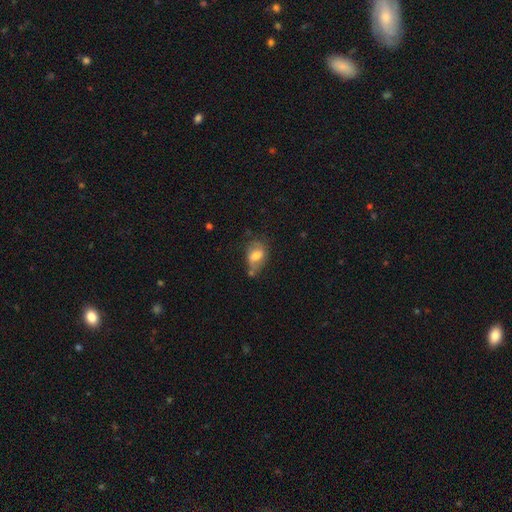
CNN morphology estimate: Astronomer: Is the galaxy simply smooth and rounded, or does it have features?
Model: smooth — 59%.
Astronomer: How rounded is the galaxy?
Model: in between — 80%.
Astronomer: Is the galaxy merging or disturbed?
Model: none — 44% (runner-up: minor disturbance, 29%).